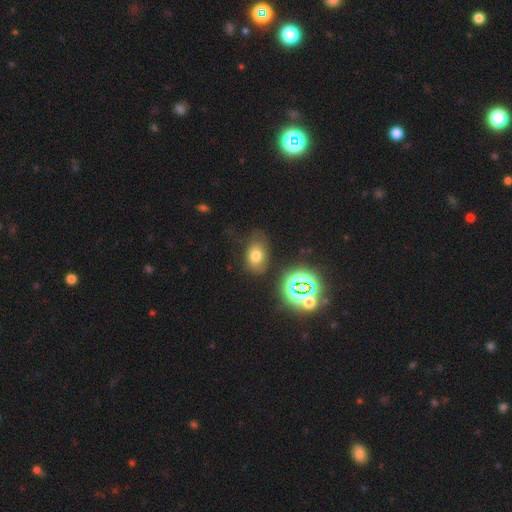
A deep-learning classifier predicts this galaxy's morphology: Overall: smooth (68%). How rounded: in between (79%). Merging: none (68%).